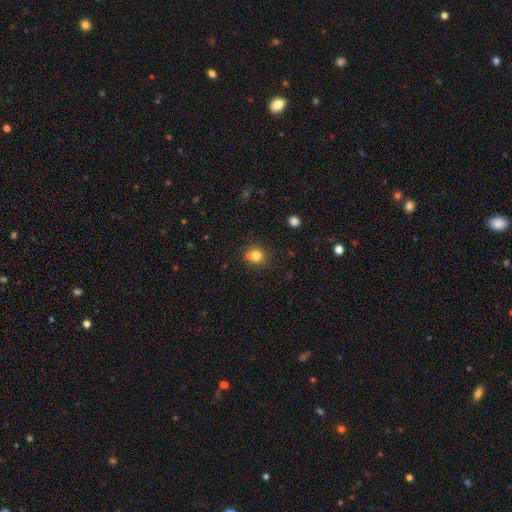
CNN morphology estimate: Smooth or featured?
  - smooth: 78% *
  - star or artifact: 13%
  - featured or disk: 9%
How rounded?
  - round: 86% *
  - in between: 13%
  - cigar-shaped: 1%
Merging?
  - none: 62% *
  - merger: 25%
  - minor disturbance: 10%
  - major disturbance: 3%